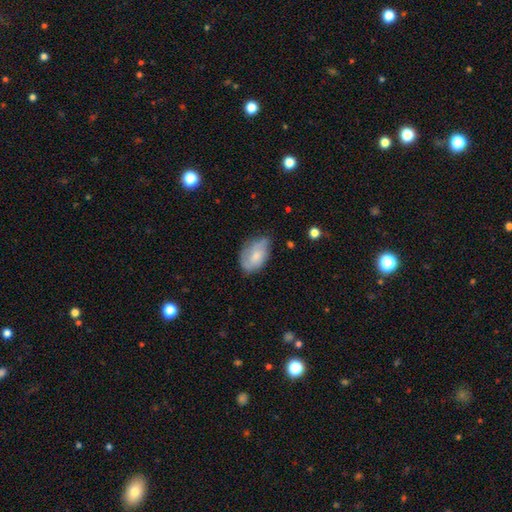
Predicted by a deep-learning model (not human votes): Q: Smooth or featured?
A: smooth (62%); runner-up: featured or disk (31%)
Q: How rounded?
A: in between (90%); runner-up: round (8%)
Q: Merging?
A: none (50%); runner-up: minor disturbance (37%)